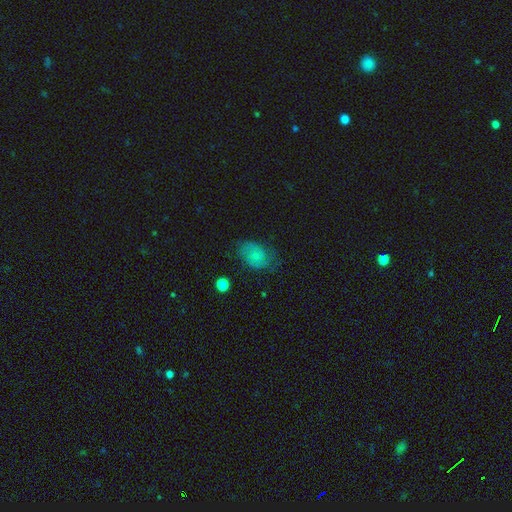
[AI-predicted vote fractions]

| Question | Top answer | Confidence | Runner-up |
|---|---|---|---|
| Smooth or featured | smooth | 54% | featured or disk (37%) |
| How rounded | in between | 75% | round (24%) |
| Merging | none | 62% | minor disturbance (26%) |